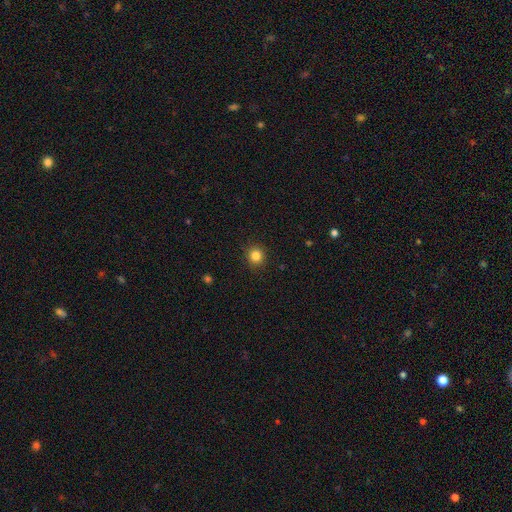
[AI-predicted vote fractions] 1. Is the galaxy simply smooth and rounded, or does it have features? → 84% smooth, 12% star or artifact, 4% featured or disk.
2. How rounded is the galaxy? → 91% round, 8% in between, 1% cigar-shaped.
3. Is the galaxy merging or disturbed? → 91% none, 6% minor disturbance, 2% major disturbance, 1% merger.